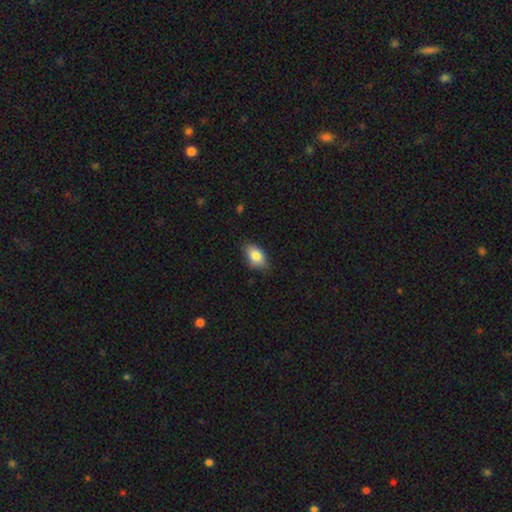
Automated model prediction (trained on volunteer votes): This is clearly a smooth galaxy (84%). How rounded: clearly in between (90%). Merging: clearly none (81%).